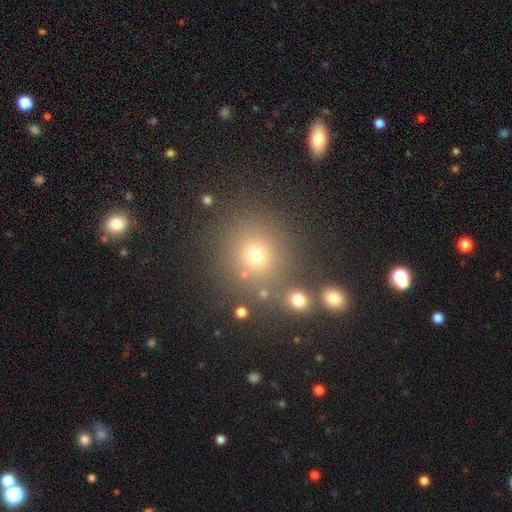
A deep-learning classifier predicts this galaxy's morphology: Overall: smooth (64%; star or artifact 26%). How rounded: round (89%). Merging: none (80%).